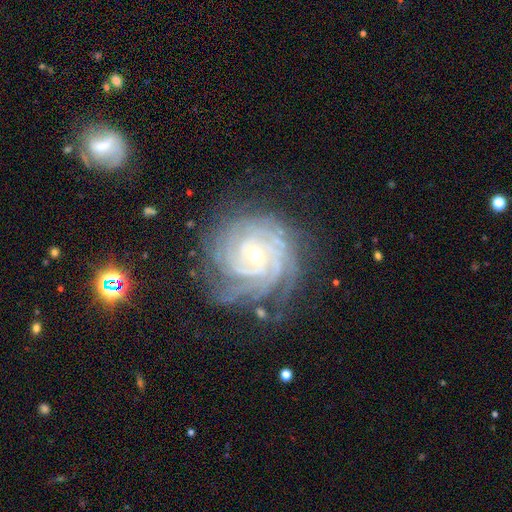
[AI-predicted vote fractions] The model was most divided on "bar": weak: 43%, no: 39%, strong: 19%. Remaining: spiral arms — yes (98%); edge-on disk — no (97%); smooth or featured — featured or disk (90%); spiral winding — tight (82%); merging — none (72%); bulge size — small (54%); spiral arm count — 4 (28%).